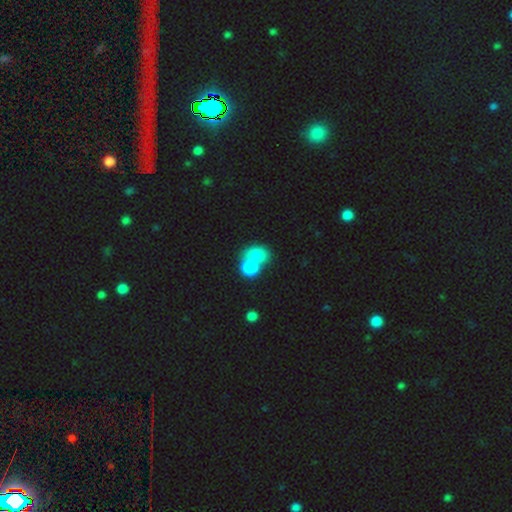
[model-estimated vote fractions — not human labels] Smooth or featured? Predicted: smooth (p=0.79). How rounded? Predicted: round (p=0.51). Merging? Predicted: merger (p=0.62).